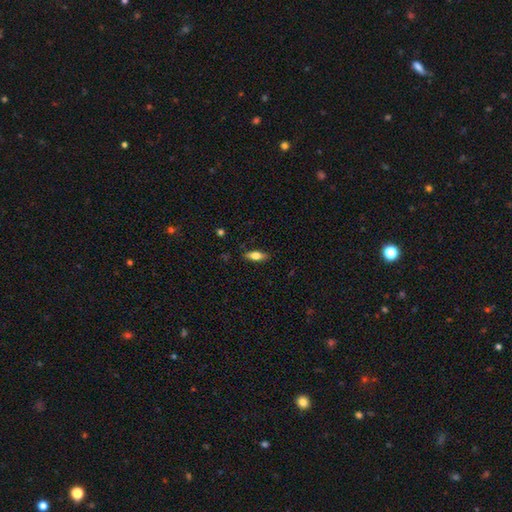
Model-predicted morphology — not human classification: A smooth galaxy with no disk features (65%) that is in between round and cigar-shaped (67%).

Vote fractions:
- Smooth or featured? smooth: 65% / featured or disk: 28% / star or artifact: 7%
- How rounded? in between: 67% / cigar-shaped: 30% / round: 3%
- Merging? none: 85% / minor disturbance: 11% / major disturbance: 2% / merger: 1%